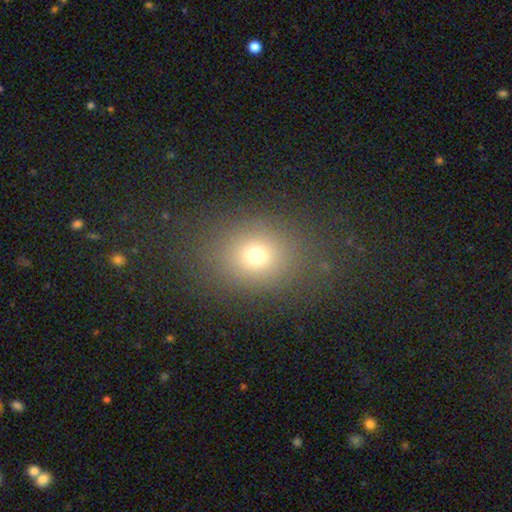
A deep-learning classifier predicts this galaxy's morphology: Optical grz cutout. It shows a smooth galaxy with no disk features (72%) that is round (55%). Merging: none (82%).